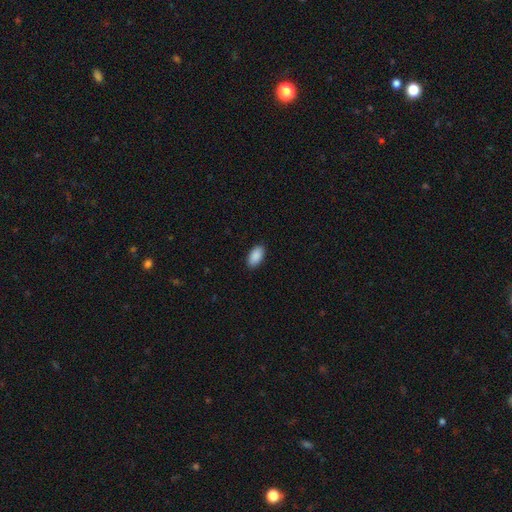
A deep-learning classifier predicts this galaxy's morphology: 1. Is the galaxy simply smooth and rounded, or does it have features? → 91% smooth, 6% star or artifact, 3% featured or disk.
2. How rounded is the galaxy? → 95% in between, 3% round, 2% cigar-shaped.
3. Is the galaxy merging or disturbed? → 89% none, 8% minor disturbance, 2% major disturbance, 1% merger.